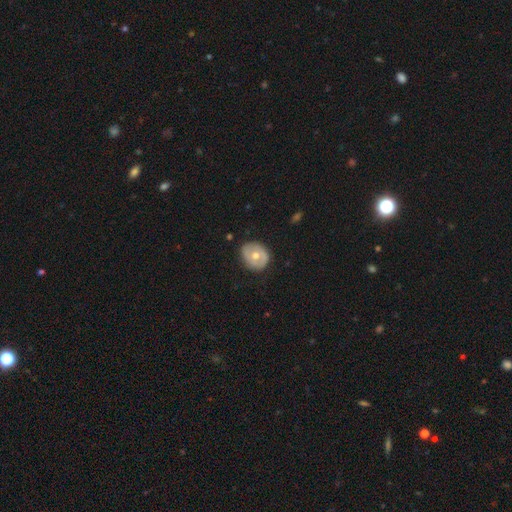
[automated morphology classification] Smooth or featured: featured or disk — 49% (smooth — 44%)
Merging: none — 78% (minor disturbance — 17%)